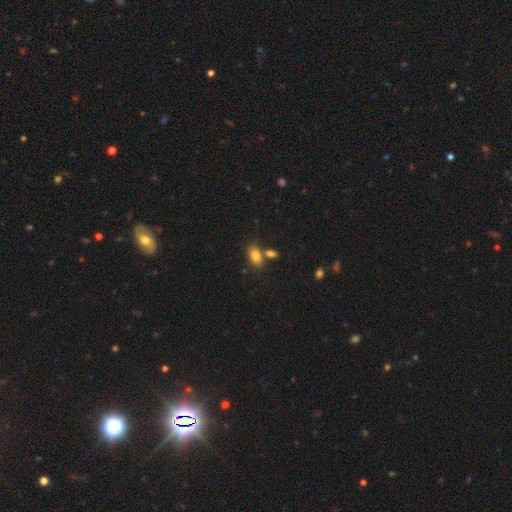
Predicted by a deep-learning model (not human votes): A smooth galaxy with no disk features (82%) that is in between round and cigar-shaped (89%).

Vote fractions:
- Smooth or featured? smooth: 82% / featured or disk: 9% / star or artifact: 9%
- How rounded? in between: 89% / round: 8% / cigar-shaped: 3%
- Merging? none: 61% / merger: 24% / minor disturbance: 12% / major disturbance: 3%